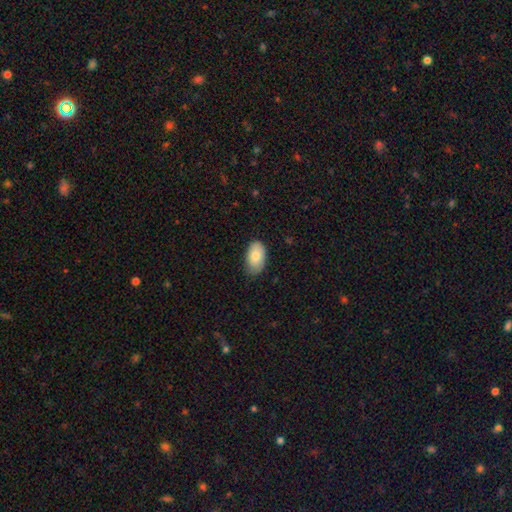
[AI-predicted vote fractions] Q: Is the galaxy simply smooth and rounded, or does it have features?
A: smooth — 84%.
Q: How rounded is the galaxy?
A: in between — 95%.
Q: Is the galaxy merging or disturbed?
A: none — 74%.